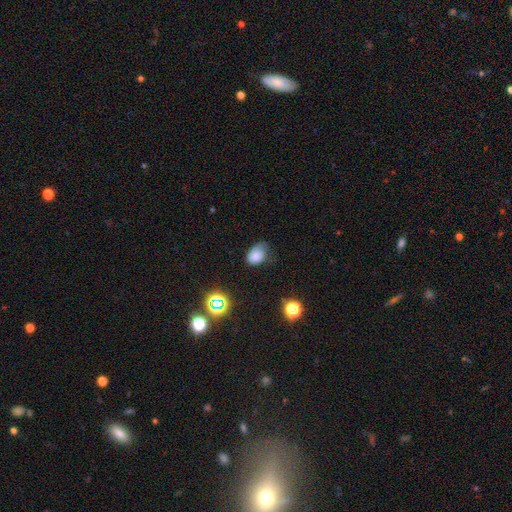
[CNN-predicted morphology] Smooth or featured?
  - smooth: 76% *
  - star or artifact: 13%
  - featured or disk: 11%
How rounded?
  - in between: 78% *
  - round: 21%
  - cigar-shaped: 1%
Merging?
  - none: 43% *
  - minor disturbance: 41%
  - major disturbance: 14%
  - merger: 2%